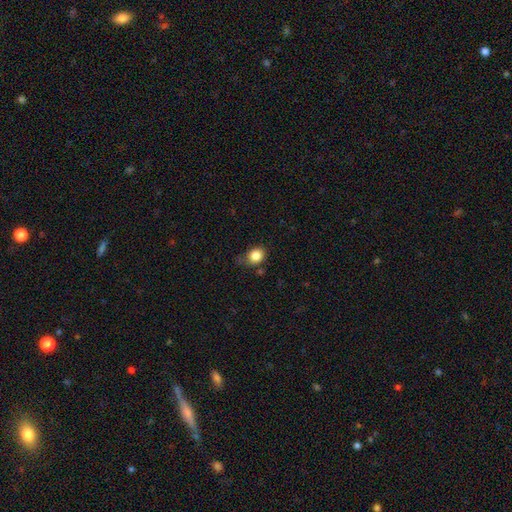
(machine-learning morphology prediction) smooth_or_featured: smooth (p=0.84) [alt: star or artifact p=0.10]
how_rounded: round (p=0.64) [alt: in between p=0.35]
merging: none (p=0.61) [alt: minor disturbance p=0.28]